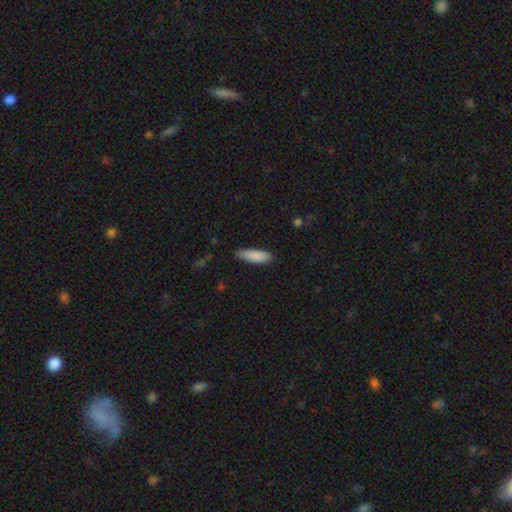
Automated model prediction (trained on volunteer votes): Smooth or featured? smooth (87%)
How rounded? cigar-shaped (51%)
Merging? none (85%)